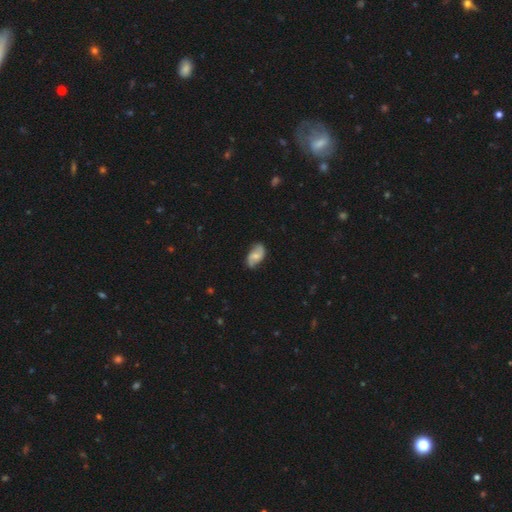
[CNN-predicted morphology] Smooth or featured?
  - featured or disk: 58% *
  - smooth: 35%
  - star or artifact: 7%
Edge-on disk?
  - no: 96% *
  - yes: 4%
Bar?
  - no: 54% *
  - weak: 39%
  - strong: 8%
Spiral arms?
  - yes: 89% *
  - no: 11%
Bulge size?
  - moderate: 48% *
  - small: 41%
  - none: 7%
  - large: 3%
  - dominant: 1%
Merging?
  - none: 76% *
  - minor disturbance: 19%
  - major disturbance: 4%
  - merger: 1%